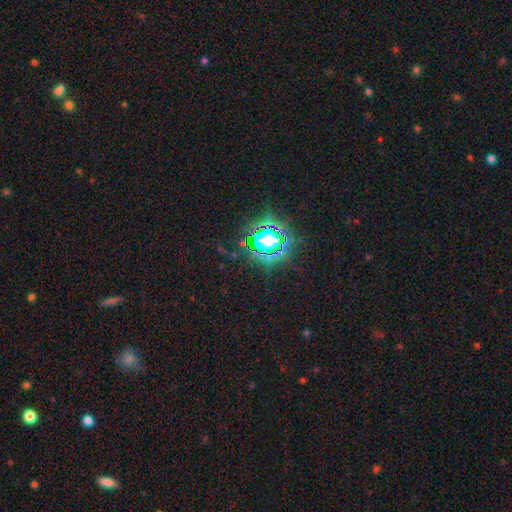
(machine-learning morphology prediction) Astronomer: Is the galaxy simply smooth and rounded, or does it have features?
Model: star or artifact — 80%.